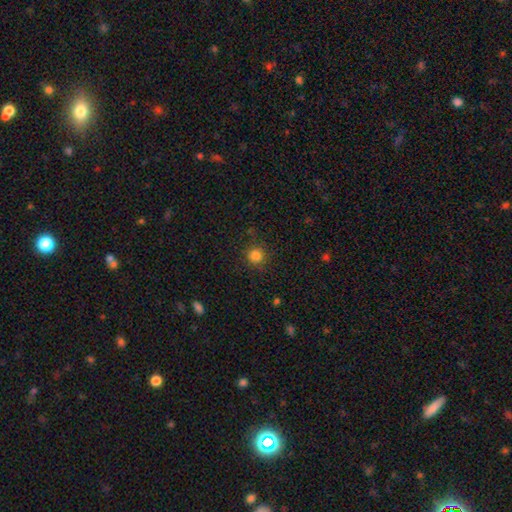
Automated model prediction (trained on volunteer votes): Morphology: type=smooth (83%); roundness=round (94%); merging=none (87%).